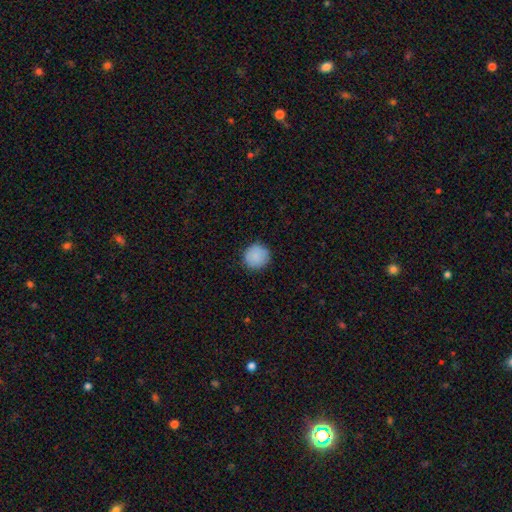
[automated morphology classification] type=smooth (88%); roundness=round (94%); merging=none (89%).